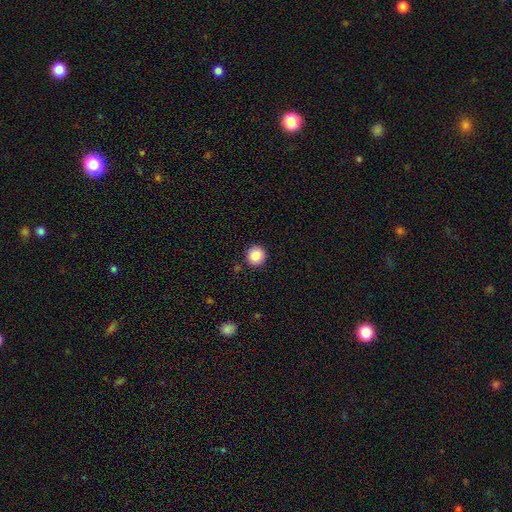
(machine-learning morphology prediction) Smooth or featured: smooth — 86% (star or artifact — 9%)
How rounded: round — 93% (in between — 6%)
Merging: none — 90% (minor disturbance — 6%)